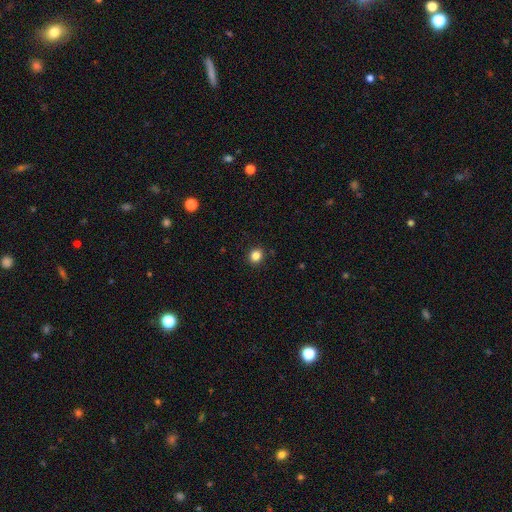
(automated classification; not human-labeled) smooth 85%, star or artifact 11%, featured or disk 4%. Down the decision tree: how rounded — round (79%); merging — none (91%).